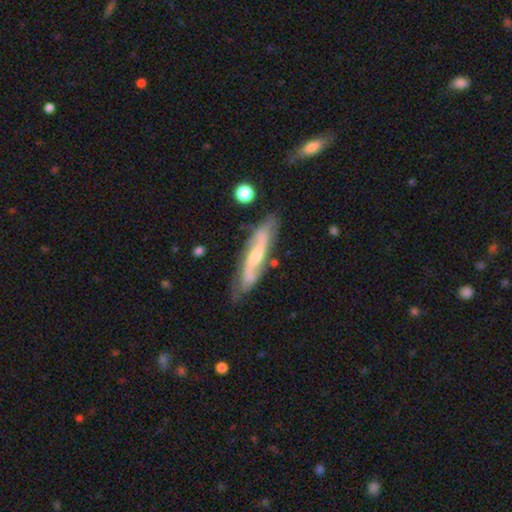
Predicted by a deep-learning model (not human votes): A featured or disk galaxy (79%) with a weak bar (43%), 2 (84%) medium (43%) spiral arms (94%) and a small central bulge (45%).

Vote fractions:
- Smooth or featured? featured or disk: 79% / smooth: 16% / star or artifact: 6%
- Edge-on disk? no: 75% / yes: 25%
- Bar? weak: 43% / no: 39% / strong: 19%
- Spiral arms? yes: 94% / no: 6%
- Spiral winding? medium: 43% / loose: 37% / tight: 20%
- Spiral arm count? 2: 84% / can't tell: 9% / 1: 2% / 3: 2% / 4: 1% / more than 4: 1%
- Bulge size? small: 45% / moderate: 44% / none: 5% / large: 4% / dominant: 1%
- Merging? none: 76% / minor disturbance: 17% / major disturbance: 4% / merger: 3%